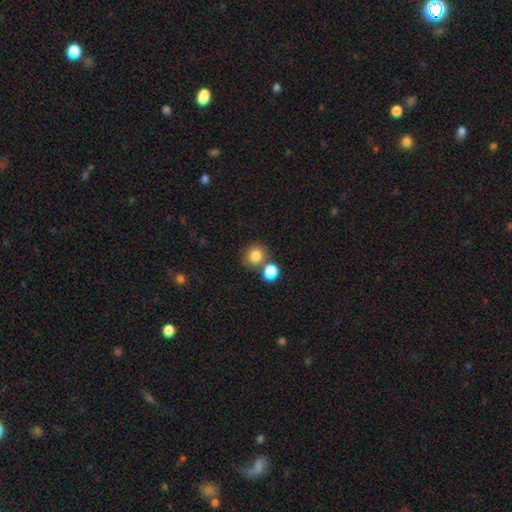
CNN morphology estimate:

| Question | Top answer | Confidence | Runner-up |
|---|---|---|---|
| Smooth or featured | smooth | 83% | star or artifact (12%) |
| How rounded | round | 85% | in between (14%) |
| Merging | none | 66% | merger (22%) |